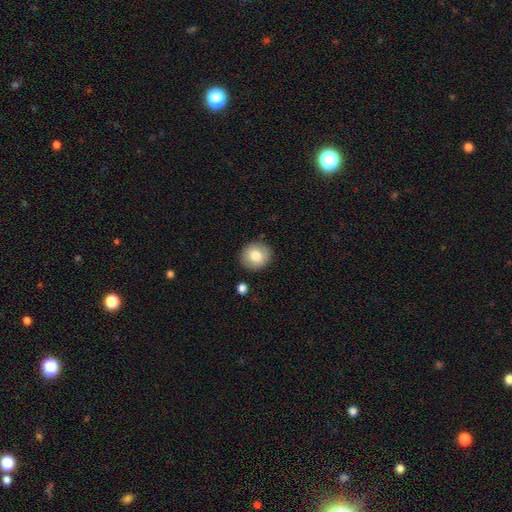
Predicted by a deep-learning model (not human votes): Smooth or featured?
  - smooth: 78% *
  - featured or disk: 14%
  - star or artifact: 8%
How rounded?
  - round: 83% *
  - in between: 16%
  - cigar-shaped: 1%
Merging?
  - none: 88% *
  - minor disturbance: 8%
  - major disturbance: 2%
  - merger: 2%